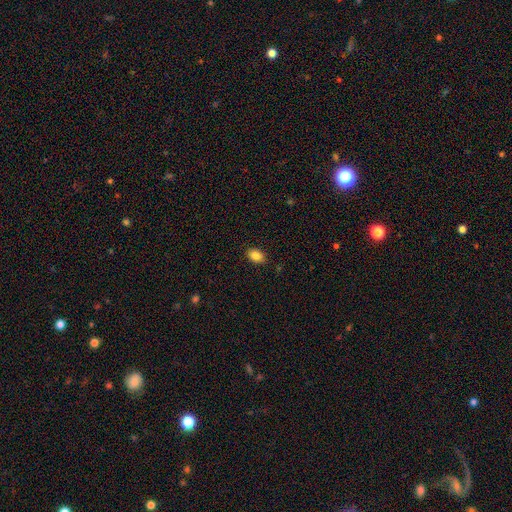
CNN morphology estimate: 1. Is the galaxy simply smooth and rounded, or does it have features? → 86% smooth, 9% star or artifact, 5% featured or disk.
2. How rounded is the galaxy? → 83% in between, 16% round, 1% cigar-shaped.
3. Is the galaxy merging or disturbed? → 87% none, 9% minor disturbance, 2% major disturbance, 1% merger.